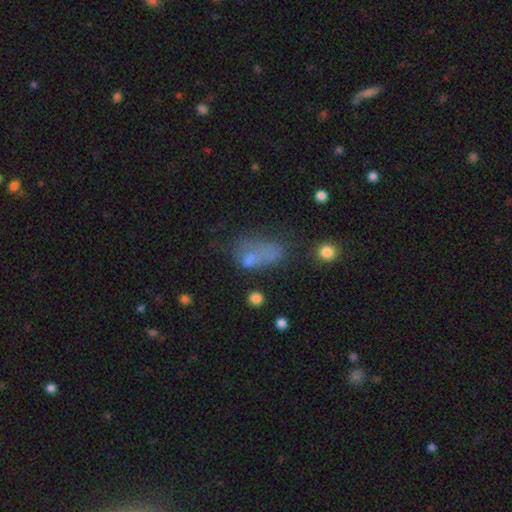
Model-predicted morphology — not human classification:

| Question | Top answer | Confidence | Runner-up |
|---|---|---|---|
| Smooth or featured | smooth | 58% | featured or disk (22%) |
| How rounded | in between | 80% | round (14%) |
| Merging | major disturbance | 32% | none (29%) |